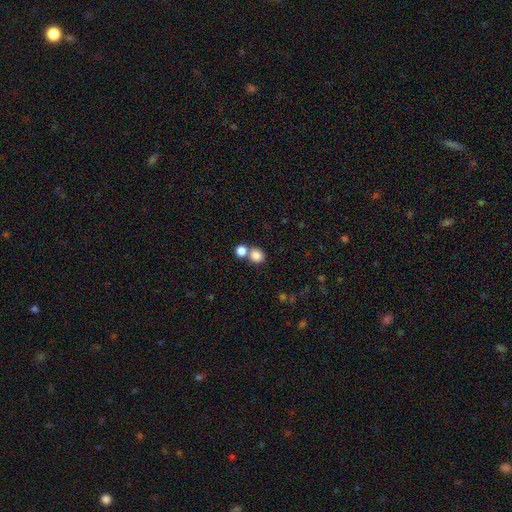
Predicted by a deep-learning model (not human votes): A smooth galaxy with no disk features (83%) that is round (80%). Merging: none (49%).